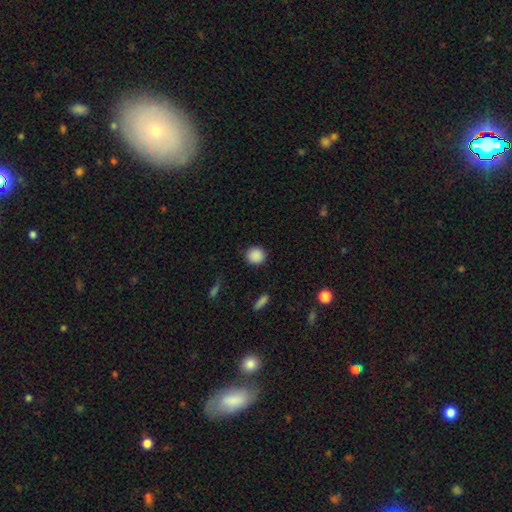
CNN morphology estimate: Smooth or featured? smooth (88%)
How rounded? round (89%)
Merging? none (89%)